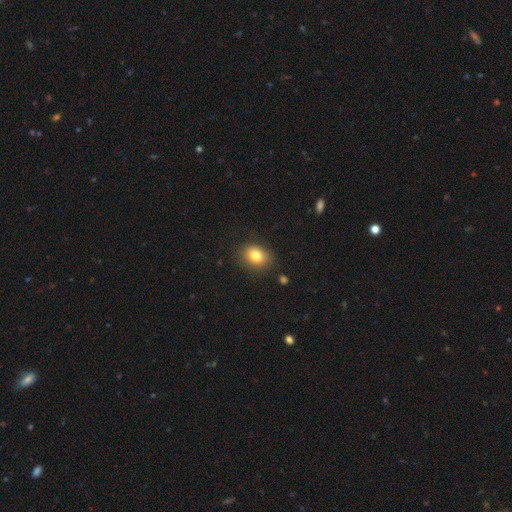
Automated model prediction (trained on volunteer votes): This appears to be a smooth galaxy with no disk features (80%) that is in between round and cigar-shaped (59%). Merging: none (84%).